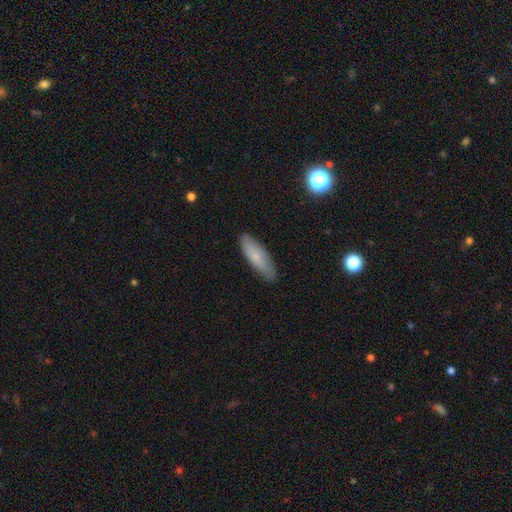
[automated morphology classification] This is likely a smooth galaxy (73%). How rounded: possibly cigar-shaped (54%). Merging: clearly none (85%).